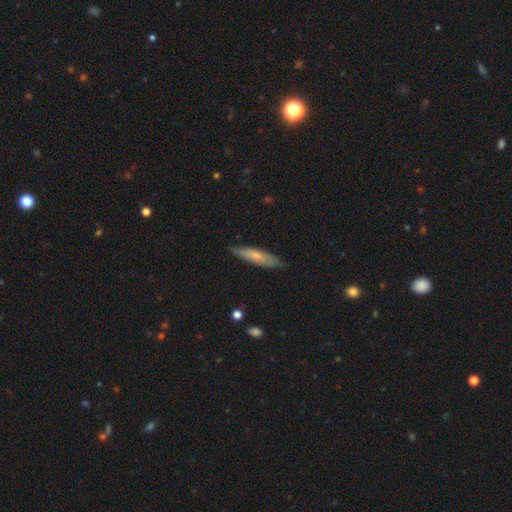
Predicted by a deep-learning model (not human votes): Smooth or featured? smooth (66%)
How rounded? cigar-shaped (80%)
Merging? none (83%)